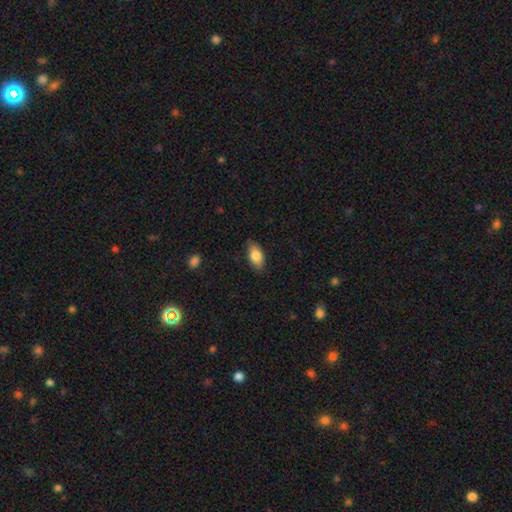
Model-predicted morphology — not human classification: Smooth or featured?
  - smooth: 81% *
  - featured or disk: 12%
  - star or artifact: 7%
How rounded?
  - in between: 90% *
  - cigar-shaped: 6%
  - round: 4%
Merging?
  - none: 82% *
  - minor disturbance: 14%
  - major disturbance: 3%
  - merger: 1%